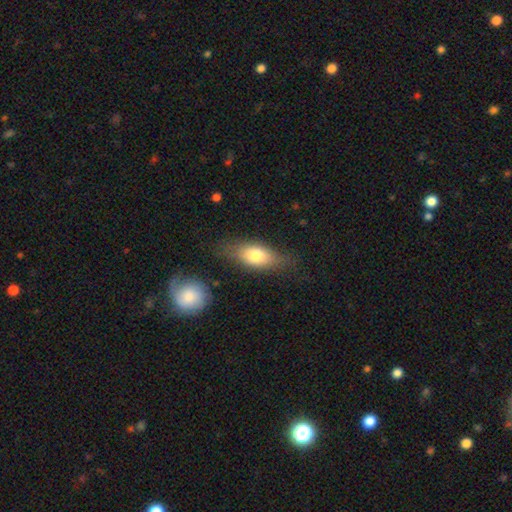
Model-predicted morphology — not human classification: Smooth or featured? Predicted: smooth (p=0.72). How rounded? Predicted: in between (p=0.78). Merging? Predicted: none (p=0.70).